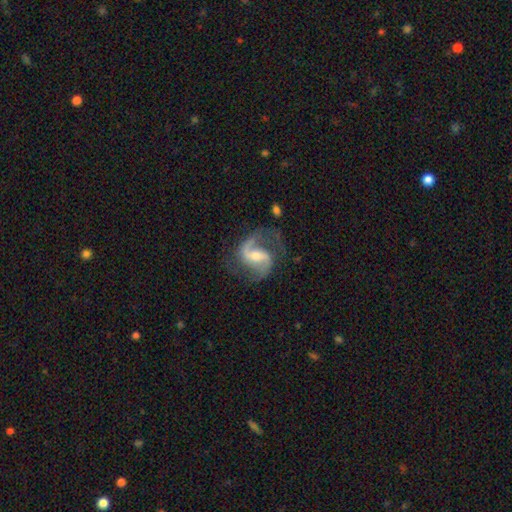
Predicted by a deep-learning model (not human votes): Smooth or featured?
  - featured or disk: 90% *
  - star or artifact: 5%
  - smooth: 5%
Edge-on disk?
  - no: 98% *
  - yes: 2%
Bar?
  - weak: 48% *
  - strong: 29%
  - no: 23%
Spiral arms?
  - yes: 97% *
  - no: 3%
Spiral winding?
  - medium: 53% *
  - loose: 35%
  - tight: 12%
Spiral arm count?
  - 2: 90% *
  - 1: 4%
  - can't tell: 2%
  - 3: 2%
  - 4: 1%
  - more than 4: 1%
Bulge size?
  - moderate: 55% *
  - small: 38%
  - large: 4%
  - none: 2%
  - dominant: 1%
Merging?
  - none: 67% *
  - minor disturbance: 19%
  - major disturbance: 12%
  - merger: 2%